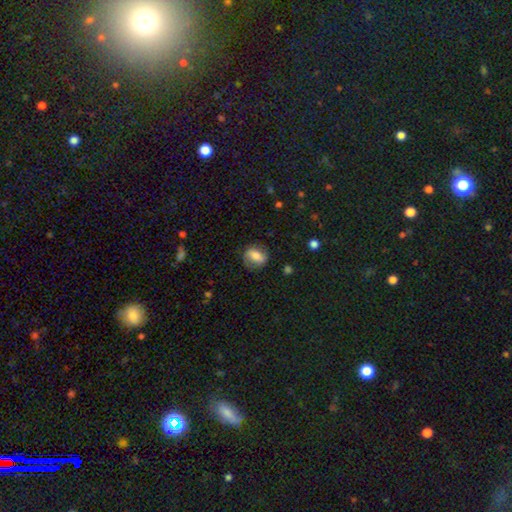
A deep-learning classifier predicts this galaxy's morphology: smooth-or-featured: smooth: 58% | featured or disk: 34% | star or artifact: 8%
  how-rounded: in between: 57% | round: 40% | cigar-shaped: 3%
  merging: none: 75% | minor disturbance: 17% | major disturbance: 7% | merger: 1%